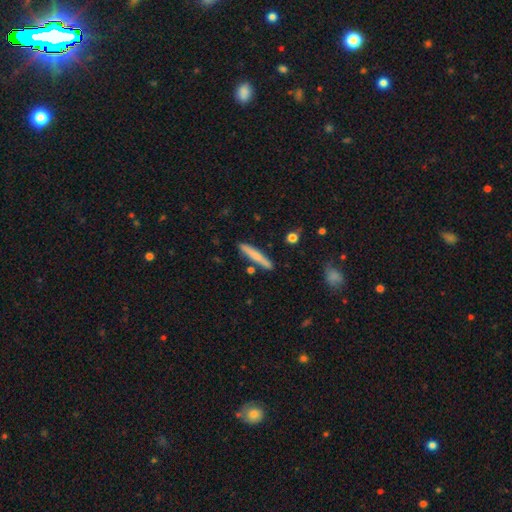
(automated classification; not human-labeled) A smooth galaxy with no disk features (71%) that is cigar-shaped (94%).

Vote fractions:
- Smooth or featured? smooth: 71% / featured or disk: 23% / star or artifact: 6%
- How rounded? cigar-shaped: 94% / in between: 5% / round: 1%
- Merging? none: 85% / minor disturbance: 9% / merger: 4% / major disturbance: 2%